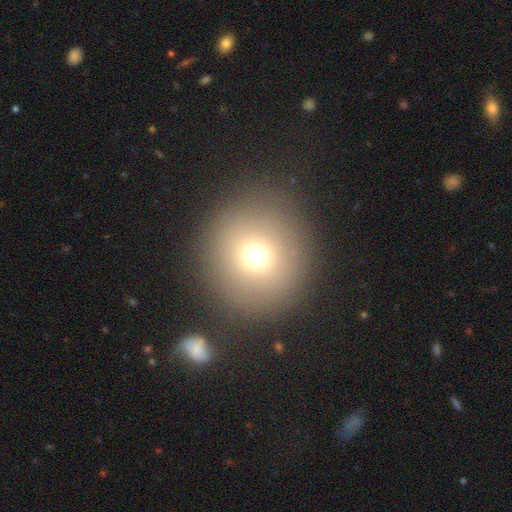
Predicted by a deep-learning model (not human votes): smooth-or-featured: smooth: 71% | star or artifact: 16% | featured or disk: 13%
  how-rounded: round: 92% | in between: 7% | cigar-shaped: 1%
  merging: none: 84% | minor disturbance: 7% | major disturbance: 4% | merger: 4%